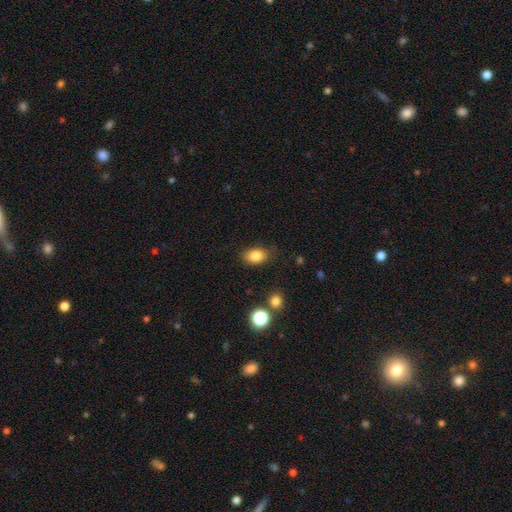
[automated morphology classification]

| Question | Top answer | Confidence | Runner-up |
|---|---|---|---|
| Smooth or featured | smooth | 83% | star or artifact (10%) |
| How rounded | in between | 81% | round (17%) |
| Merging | none | 81% | minor disturbance (14%) |